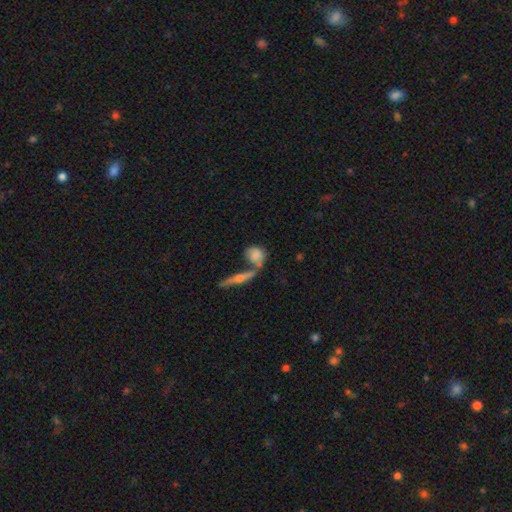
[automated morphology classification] smooth_or_featured: smooth (p=0.67) [alt: featured or disk p=0.25]
how_rounded: round (p=0.45) [alt: in between p=0.43]
merging: none (p=0.40) [alt: merger p=0.36]